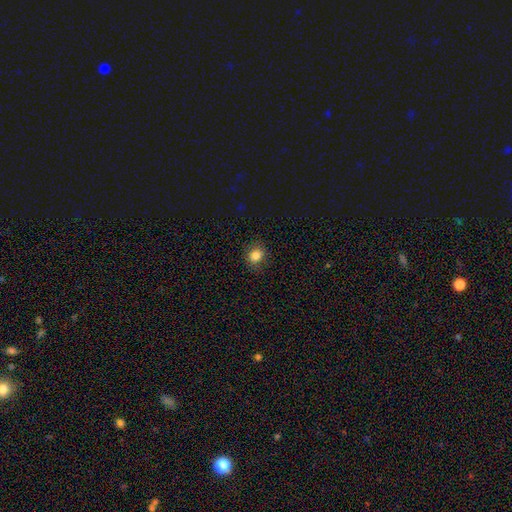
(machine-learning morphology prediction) This is clearly a smooth galaxy (83%). How rounded: likely round (69%). Merging: clearly none (85%).